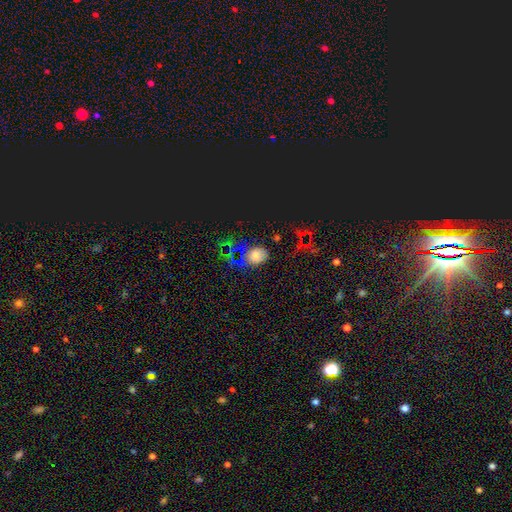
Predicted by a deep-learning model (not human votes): Morphology: type=smooth (63%); roundness=in between (60%); merging=none (47%).